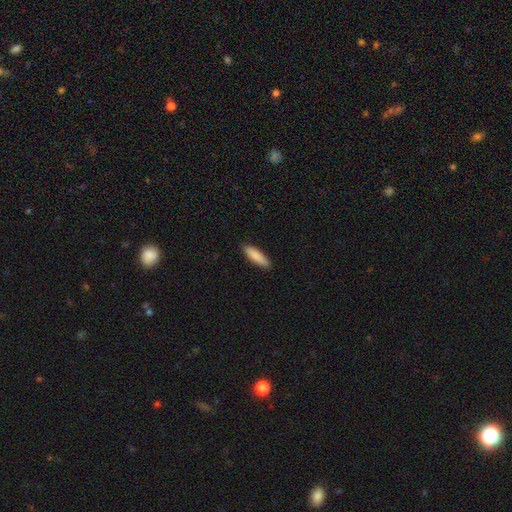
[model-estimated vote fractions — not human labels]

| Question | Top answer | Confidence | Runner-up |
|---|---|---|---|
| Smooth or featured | smooth | 87% | featured or disk (7%) |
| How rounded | cigar-shaped | 57% | in between (42%) |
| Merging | none | 89% | minor disturbance (9%) |